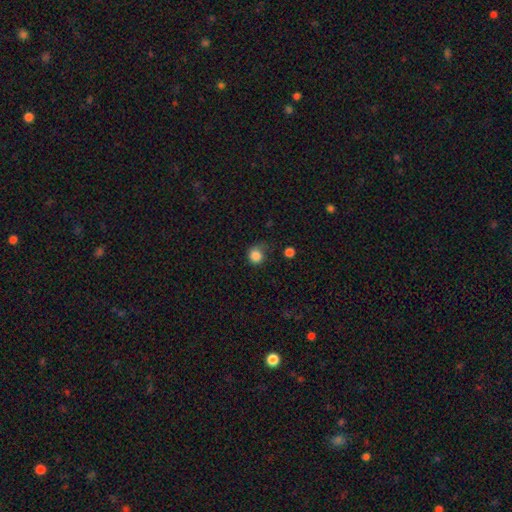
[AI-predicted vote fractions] smooth-or-featured: smooth: 85% | star or artifact: 11% | featured or disk: 4%
  how-rounded: round: 83% | in between: 16% | cigar-shaped: 1%
  merging: none: 58% | minor disturbance: 29% | major disturbance: 10% | merger: 3%